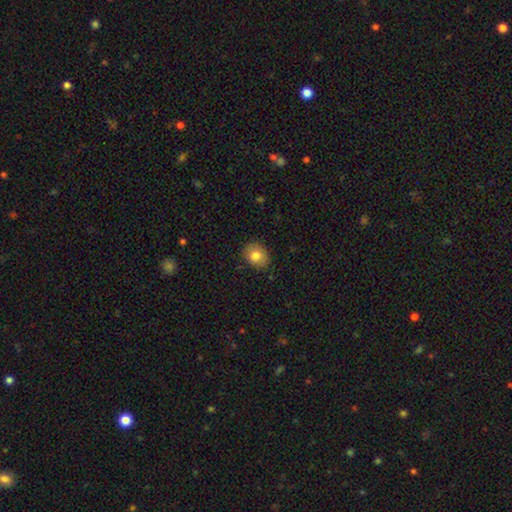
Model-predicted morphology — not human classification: A smooth galaxy with no disk features (81%) that is in between round and cigar-shaped (50%).

Vote fractions:
- Smooth or featured? smooth: 81% / featured or disk: 10% / star or artifact: 9%
- How rounded? in between: 50% / round: 49% / cigar-shaped: 1%
- Merging? none: 86% / minor disturbance: 11% / major disturbance: 2% / merger: 1%